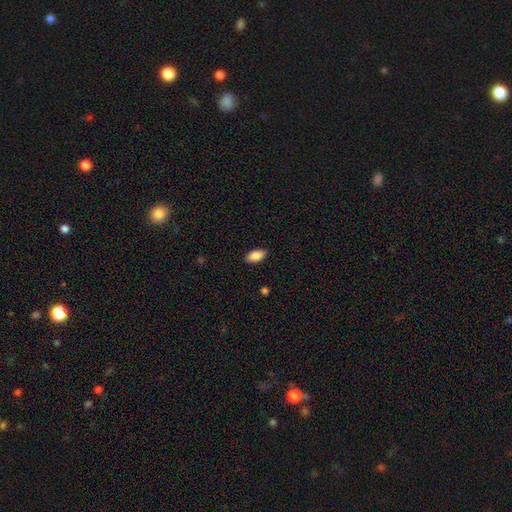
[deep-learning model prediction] This is clearly a smooth galaxy (87%). How rounded: clearly in between (93%). Merging: clearly none (89%).